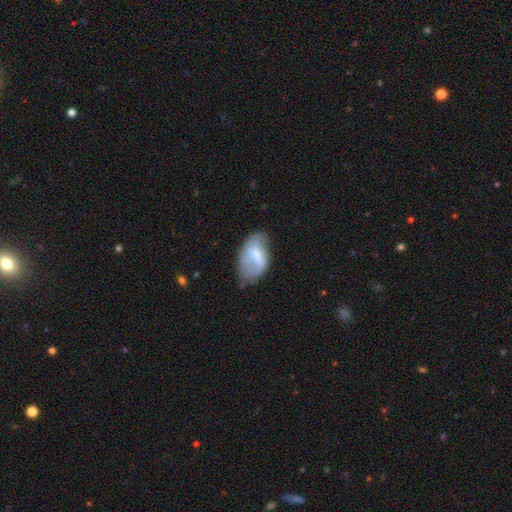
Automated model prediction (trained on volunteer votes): A smooth galaxy with no disk features (54%) that is in between round and cigar-shaped (91%). Merging: none (39%).